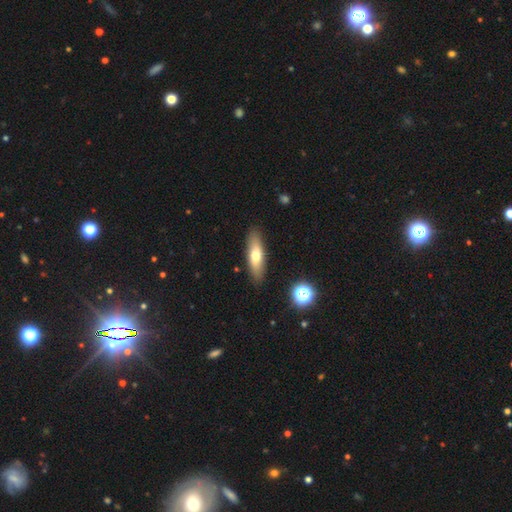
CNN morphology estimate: Smooth or featured? Predicted: smooth (p=0.61). How rounded? Predicted: cigar-shaped (p=0.53). Merging? Predicted: none (p=0.88).